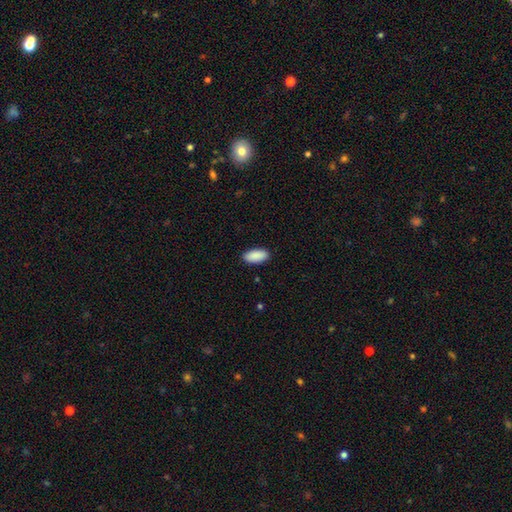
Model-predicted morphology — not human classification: Smooth or featured?
  - smooth: 91% *
  - star or artifact: 6%
  - featured or disk: 3%
How rounded?
  - in between: 91% *
  - cigar-shaped: 7%
  - round: 2%
Merging?
  - none: 90% *
  - minor disturbance: 7%
  - major disturbance: 2%
  - merger: 1%